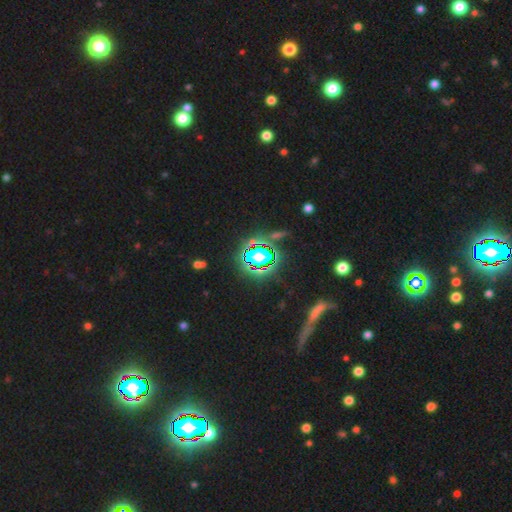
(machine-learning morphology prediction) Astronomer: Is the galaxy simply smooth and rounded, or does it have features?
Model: star or artifact — 66%.